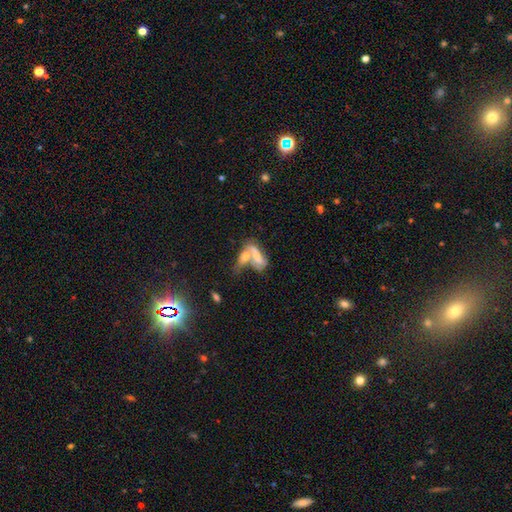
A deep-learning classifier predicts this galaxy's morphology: This appears to be a featured or disk galaxy (48%). Merging: merger (64%).